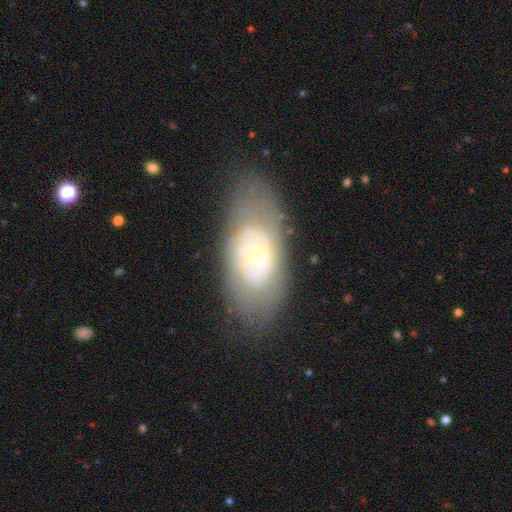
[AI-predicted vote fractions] smooth_or_featured: featured or disk (p=0.62) [alt: smooth p=0.31]
disk_edge_on: no (p=0.92) [alt: yes p=0.08]
bar: no (p=0.74) [alt: weak p=0.21]
has_spiral_arms: yes (p=0.52) [alt: no p=0.48]
bulge_size: small (p=0.57) [alt: moderate p=0.35]
merging: none (p=0.65) [alt: minor disturbance p=0.21]